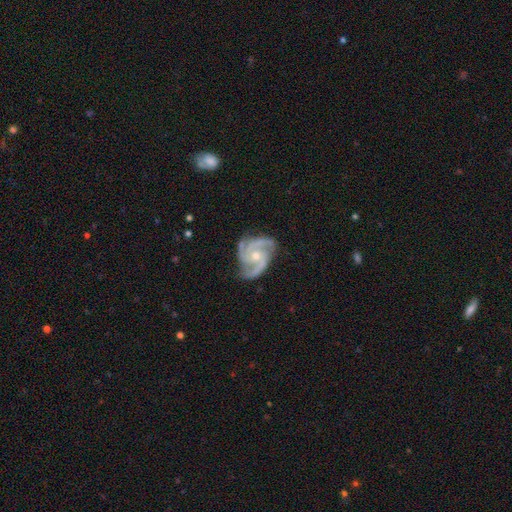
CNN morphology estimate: type=featured or disk (92%); edge-on=no (98%); bar=no (68%); spiral arms=yes (99%); winding=medium (51%); arm count=3 (76%); bulge=moderate (53%); merging=none (74%).